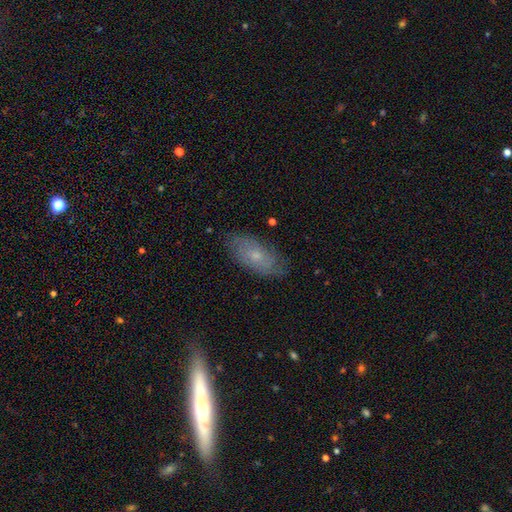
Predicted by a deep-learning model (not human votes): This appears to be a featured or disk galaxy (54%). Merging: none (78%).